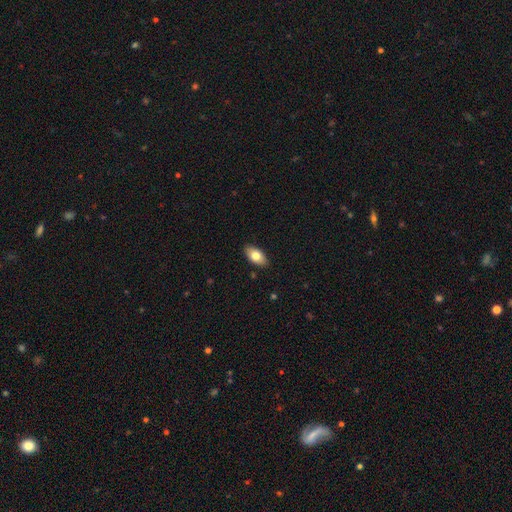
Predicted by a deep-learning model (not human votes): Morphology: type=smooth (77%); roundness=in between (92%); merging=none (88%).